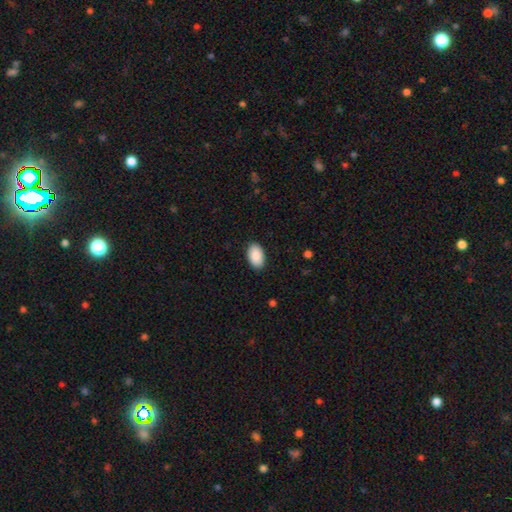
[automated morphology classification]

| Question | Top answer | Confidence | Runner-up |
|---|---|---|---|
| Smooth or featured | smooth | 91% | star or artifact (6%) |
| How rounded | in between | 95% | round (4%) |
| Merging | none | 89% | minor disturbance (8%) |